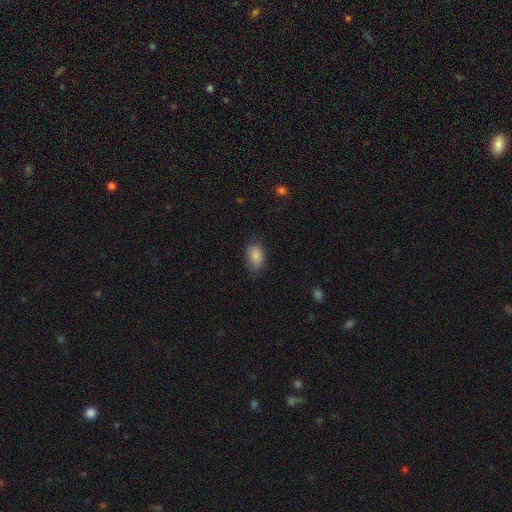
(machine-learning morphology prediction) Smooth or featured: smooth — 87% (star or artifact — 8%)
How rounded: in between — 88% (round — 10%)
Merging: none — 78% (minor disturbance — 17%)